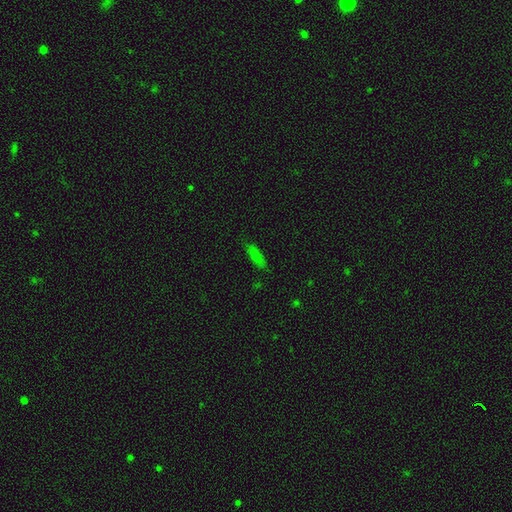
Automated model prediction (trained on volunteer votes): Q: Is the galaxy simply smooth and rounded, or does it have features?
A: smooth — 79%.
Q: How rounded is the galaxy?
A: cigar-shaped — 53%.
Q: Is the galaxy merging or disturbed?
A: none — 83%.